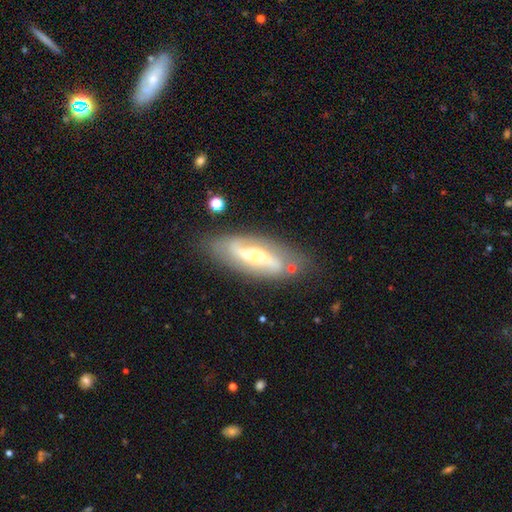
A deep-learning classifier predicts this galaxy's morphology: A featured or disk galaxy (83%) with a strong bar (36%), 2 (90%) loose (50%) spiral arms (92%) and a moderate central bulge (59%). Merging: none (78%).